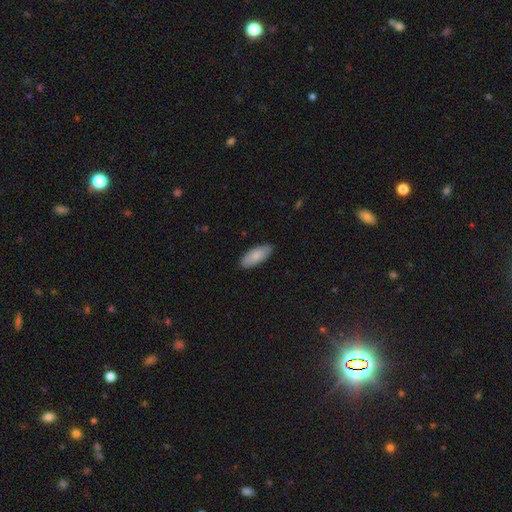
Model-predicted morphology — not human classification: The model was most divided on "how rounded": in between: 83%, cigar-shaped: 15%, round: 2%. More confident: merging — none (87%); smooth or featured — smooth (84%).